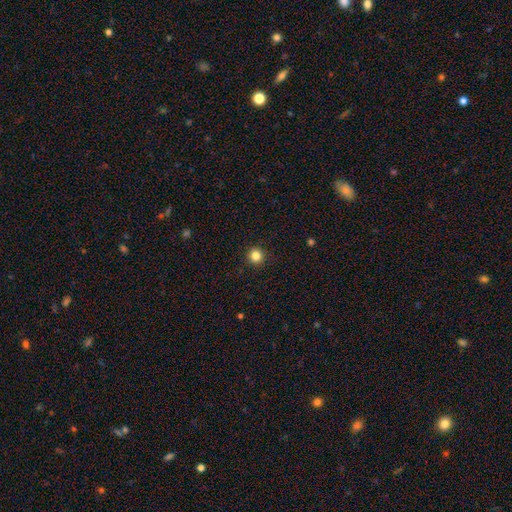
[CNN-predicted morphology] type=smooth (83%); roundness=round (95%); merging=none (93%).